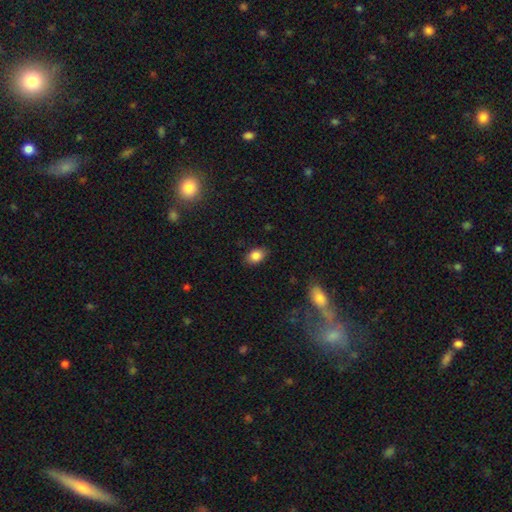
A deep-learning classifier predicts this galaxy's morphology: A smooth galaxy with no disk features (85%) that is in between round and cigar-shaped (79%).

Vote fractions:
- Smooth or featured? smooth: 85% / star or artifact: 9% / featured or disk: 6%
- How rounded? in between: 79% / round: 19% / cigar-shaped: 1%
- Merging? none: 83% / minor disturbance: 13% / major disturbance: 3% / merger: 1%